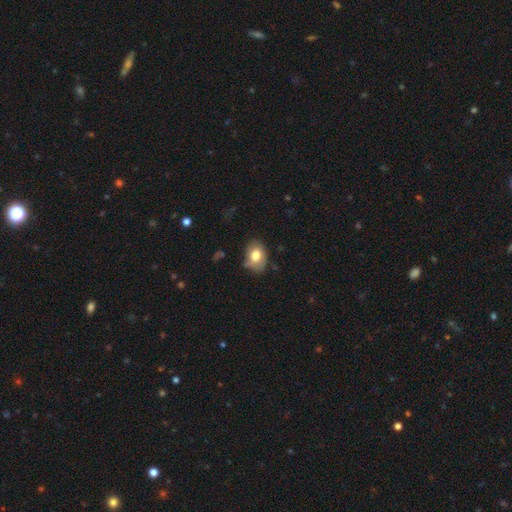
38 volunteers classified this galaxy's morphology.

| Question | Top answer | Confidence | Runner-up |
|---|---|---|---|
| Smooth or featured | smooth | 82% | featured or disk (16%) |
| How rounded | in between | 68% | round (32%) |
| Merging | none | 73% | minor disturbance (19%) |